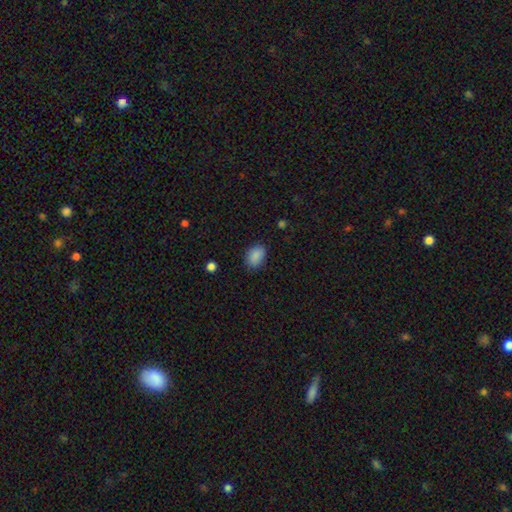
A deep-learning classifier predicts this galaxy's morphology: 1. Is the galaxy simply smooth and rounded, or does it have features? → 88% smooth, 8% star or artifact, 4% featured or disk.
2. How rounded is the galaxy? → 81% in between, 18% round, 1% cigar-shaped.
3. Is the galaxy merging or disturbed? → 81% none, 14% minor disturbance, 3% major disturbance, 1% merger.